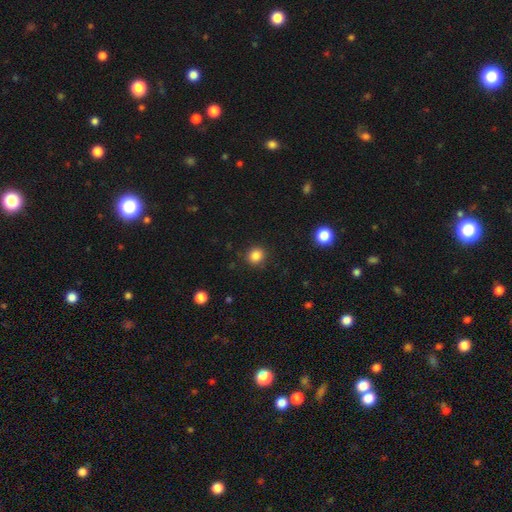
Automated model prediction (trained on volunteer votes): Morphology: type=smooth (85%); roundness=round (87%); merging=none (90%).